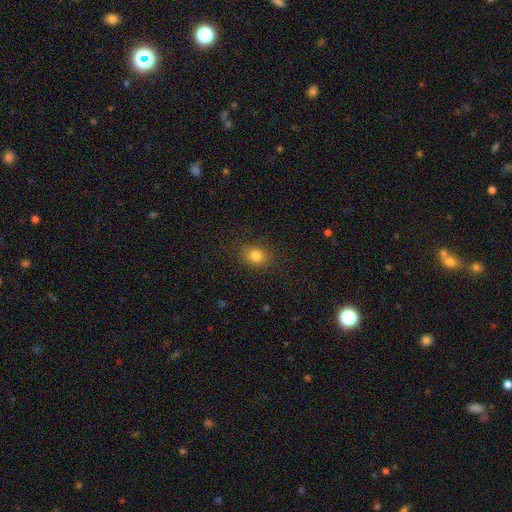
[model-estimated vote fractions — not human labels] Morphology: type=smooth (82%); roundness=round (50%); merging=none (86%).